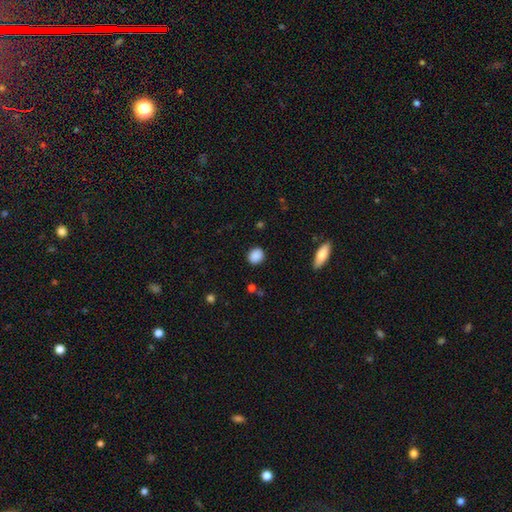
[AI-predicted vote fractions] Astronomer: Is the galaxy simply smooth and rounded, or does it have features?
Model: smooth — 88%.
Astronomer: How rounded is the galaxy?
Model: round — 70%.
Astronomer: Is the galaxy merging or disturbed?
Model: none — 88%.